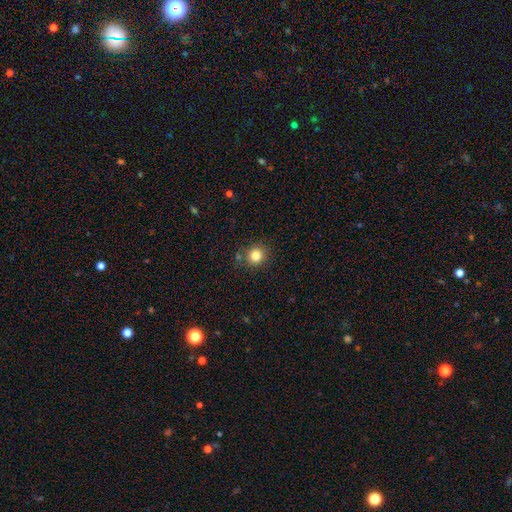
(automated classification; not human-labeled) Morphology: type=smooth (83%); roundness=round (90%); merging=none (82%).